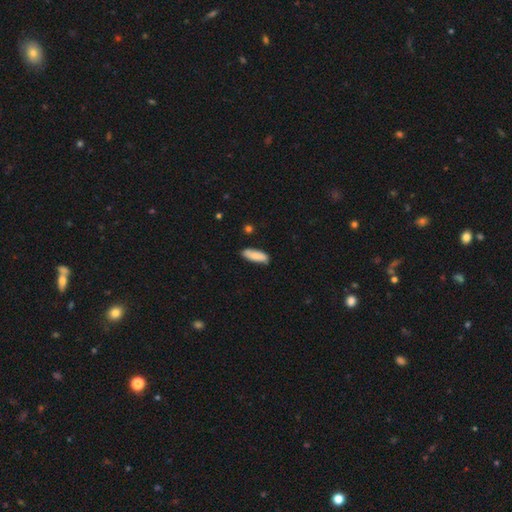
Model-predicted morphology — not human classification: Smooth or featured: smooth — 84% (featured or disk — 10%)
How rounded: in between — 57% (cigar-shaped — 41%)
Merging: none — 80% (minor disturbance — 15%)